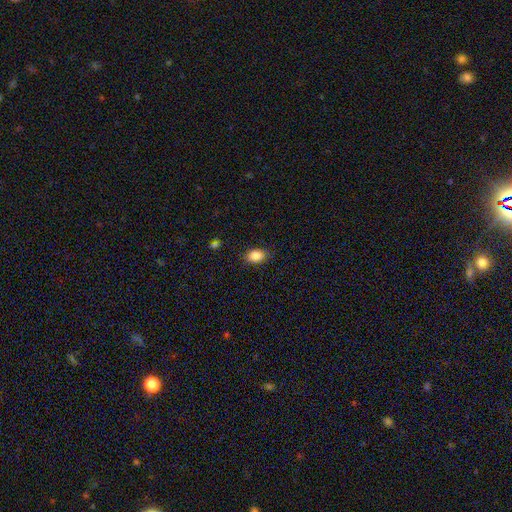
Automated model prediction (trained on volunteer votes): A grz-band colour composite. It shows a smooth galaxy with no disk features (87%) that is in between round and cigar-shaped (83%). Merging: none (85%).